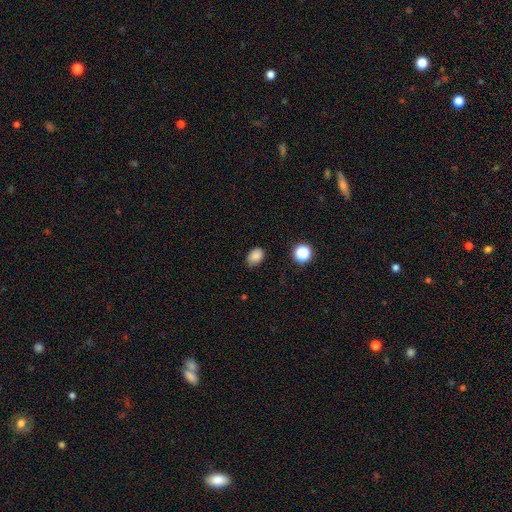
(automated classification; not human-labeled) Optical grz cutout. It shows a smooth galaxy with no disk features (84%) that is in between round and cigar-shaped (73%). Merging: none (80%).